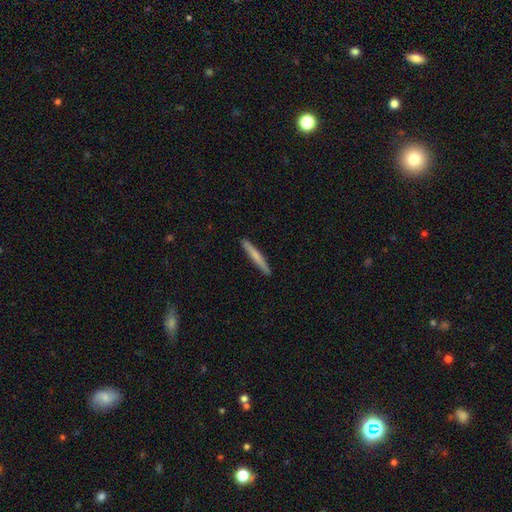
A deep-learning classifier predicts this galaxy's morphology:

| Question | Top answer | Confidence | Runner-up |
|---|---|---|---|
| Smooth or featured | smooth | 63% | featured or disk (32%) |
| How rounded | cigar-shaped | 96% | in between (3%) |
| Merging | none | 91% | minor disturbance (6%) |